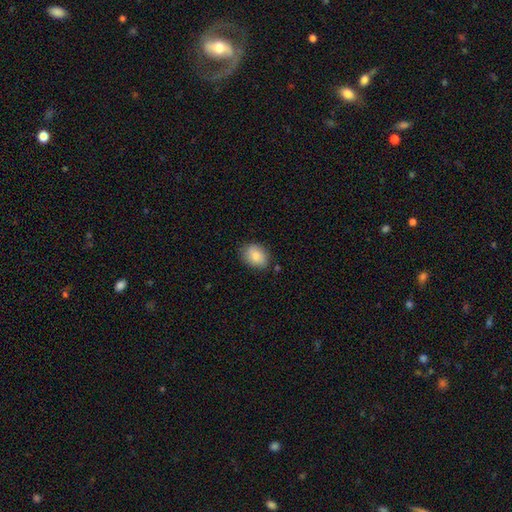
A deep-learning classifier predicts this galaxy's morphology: Q: Smooth or featured?
A: smooth (84%); runner-up: featured or disk (8%)
Q: How rounded?
A: in between (71%); runner-up: round (27%)
Q: Merging?
A: none (81%); runner-up: minor disturbance (14%)